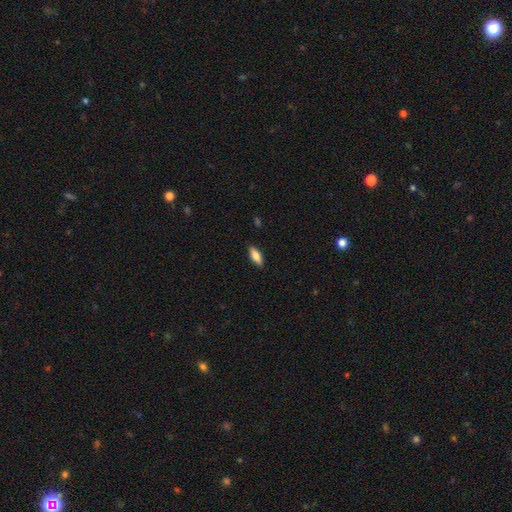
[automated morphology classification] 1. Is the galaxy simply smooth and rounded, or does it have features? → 77% smooth, 17% featured or disk, 7% star or artifact.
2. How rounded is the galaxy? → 70% in between, 28% cigar-shaped, 2% round.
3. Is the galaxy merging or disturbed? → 89% none, 9% minor disturbance, 2% major disturbance, 1% merger.